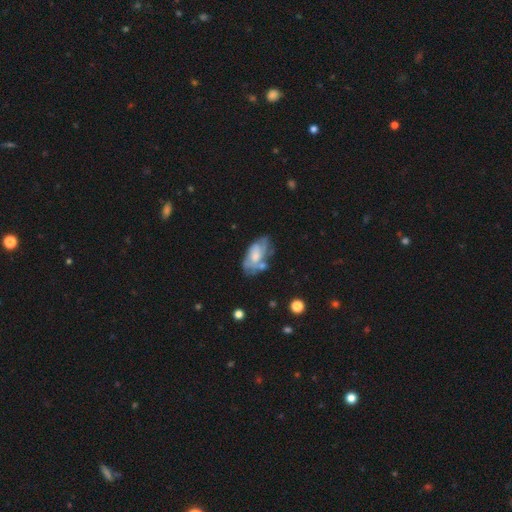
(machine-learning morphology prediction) A featured or disk galaxy (52%). Merging: none (42%).